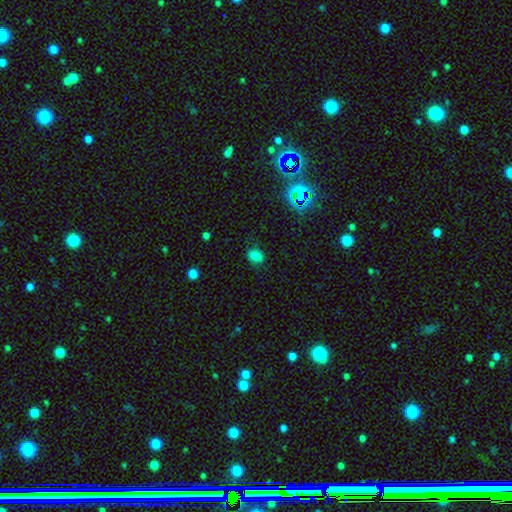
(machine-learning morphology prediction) A smooth galaxy with no disk features (78%) that is in between round and cigar-shaped (66%).

Vote fractions:
- Smooth or featured? smooth: 78% / star or artifact: 17% / featured or disk: 6%
- How rounded? in between: 66% / round: 33% / cigar-shaped: 1%
- Merging? none: 78% / minor disturbance: 16% / major disturbance: 5% / merger: 1%